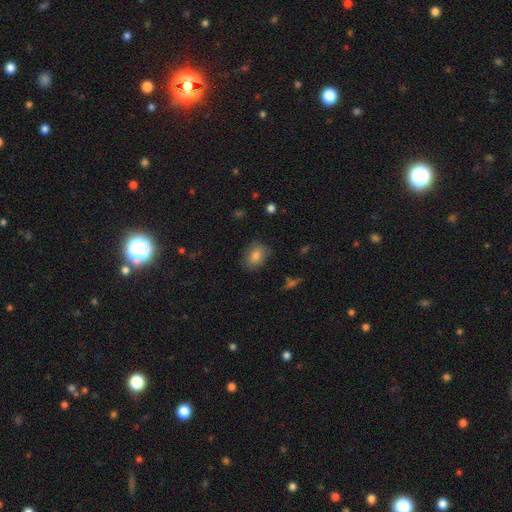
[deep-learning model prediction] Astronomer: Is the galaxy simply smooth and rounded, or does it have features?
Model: smooth — 80%.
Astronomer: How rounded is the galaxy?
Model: in between — 71%.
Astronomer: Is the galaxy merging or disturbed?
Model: none — 78%.